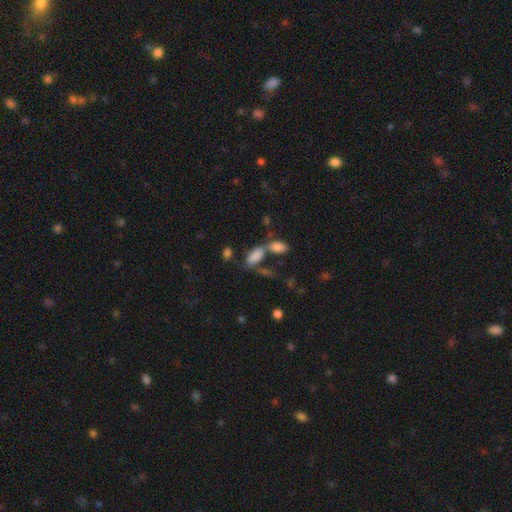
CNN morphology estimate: smooth 83%, star or artifact 9%, featured or disk 7%. Down the decision tree: how rounded — in between (88%); merging — none (45%).